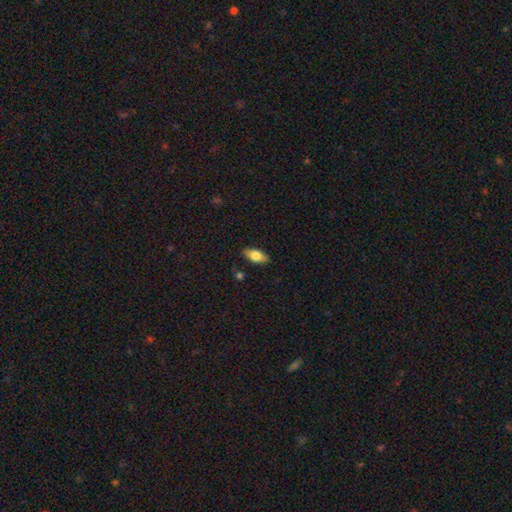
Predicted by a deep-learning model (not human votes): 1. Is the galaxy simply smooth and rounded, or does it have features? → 74% smooth, 20% featured or disk, 7% star or artifact.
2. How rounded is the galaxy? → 86% in between, 11% cigar-shaped, 3% round.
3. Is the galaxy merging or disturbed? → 85% none, 11% minor disturbance, 2% major disturbance, 2% merger.